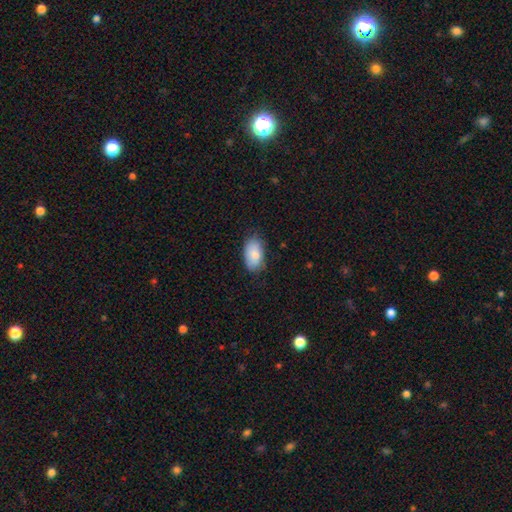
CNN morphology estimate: The model was most divided on "merging": none: 74%, minor disturbance: 21%, major disturbance: 4%, merger: 1%. More confident: how rounded — in between (94%); smooth or featured — smooth (84%).